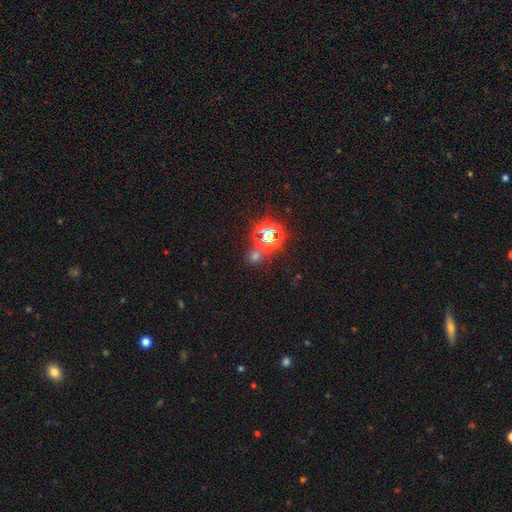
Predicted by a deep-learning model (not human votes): smooth-or-featured: star or artifact: 59% | smooth: 34% | featured or disk: 7%